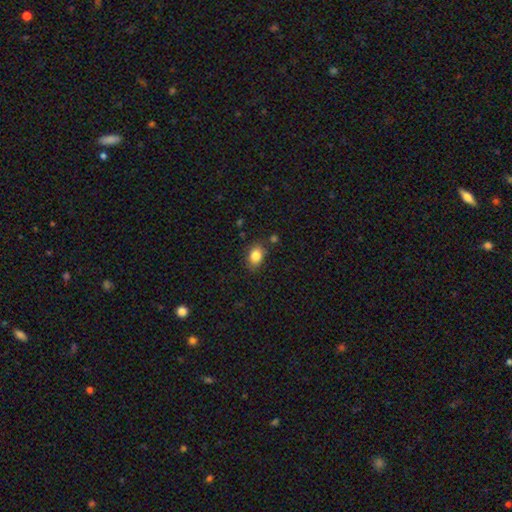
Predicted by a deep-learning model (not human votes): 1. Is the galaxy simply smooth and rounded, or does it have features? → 84% smooth, 9% star or artifact, 7% featured or disk.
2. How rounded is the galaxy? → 78% in between, 21% round, 1% cigar-shaped.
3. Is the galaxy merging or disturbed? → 79% none, 14% minor disturbance, 4% merger, 3% major disturbance.